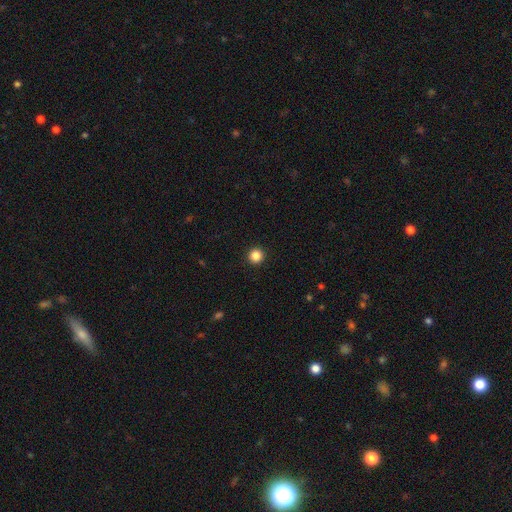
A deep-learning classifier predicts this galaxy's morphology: smooth-or-featured: smooth: 85% | star or artifact: 11% | featured or disk: 3%
  how-rounded: round: 96% | in between: 4% | cigar-shaped: 1%
  merging: none: 93% | minor disturbance: 4% | major disturbance: 2% | merger: 1%